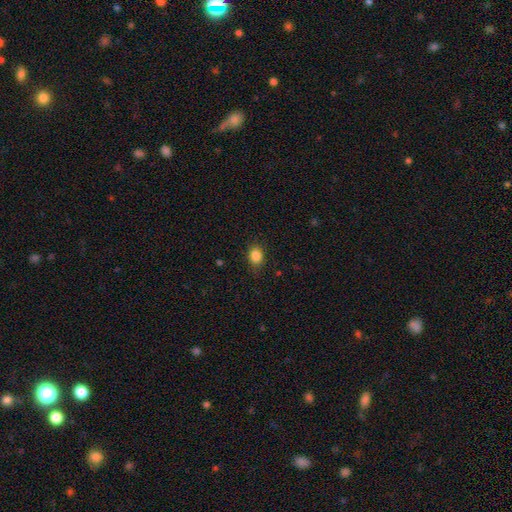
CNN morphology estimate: Q: Smooth or featured?
A: smooth (85%); runner-up: star or artifact (10%)
Q: How rounded?
A: in between (51%); runner-up: round (48%)
Q: Merging?
A: none (83%); runner-up: minor disturbance (13%)